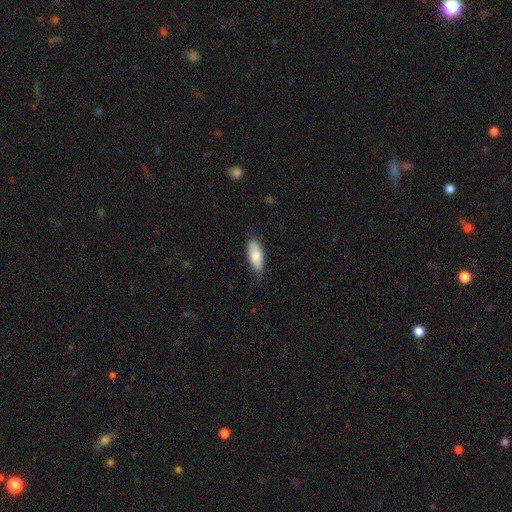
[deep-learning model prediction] A smooth galaxy with no disk features (77%) that is in between round and cigar-shaped (83%). Merging: none (77%).